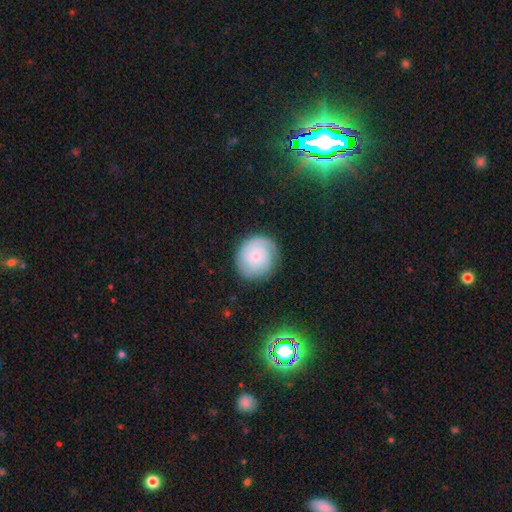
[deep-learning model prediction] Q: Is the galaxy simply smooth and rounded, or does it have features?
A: featured or disk — 59%.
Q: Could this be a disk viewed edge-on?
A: no — 98%.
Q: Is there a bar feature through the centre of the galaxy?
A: no — 79%.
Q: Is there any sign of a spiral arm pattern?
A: yes — 91%.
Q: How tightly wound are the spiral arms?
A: tight — 71%.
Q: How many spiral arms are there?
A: can't tell — 34%.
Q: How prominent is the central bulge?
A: small — 70%.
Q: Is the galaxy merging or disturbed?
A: none — 80%.